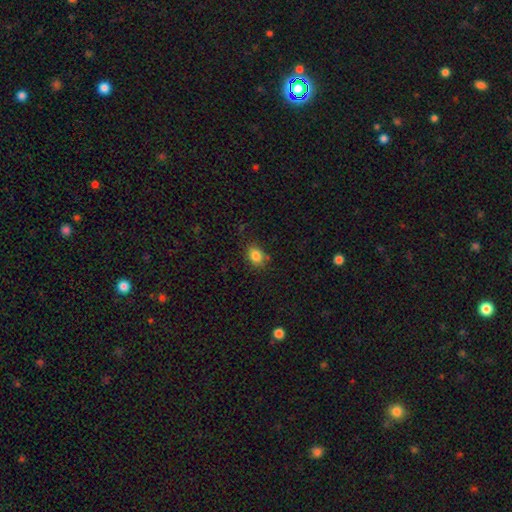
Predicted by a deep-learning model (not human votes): smooth-or-featured: smooth: 84% | star or artifact: 10% | featured or disk: 6%
  how-rounded: in between: 55% | round: 44% | cigar-shaped: 1%
  merging: none: 77% | minor disturbance: 16% | major disturbance: 4% | merger: 3%